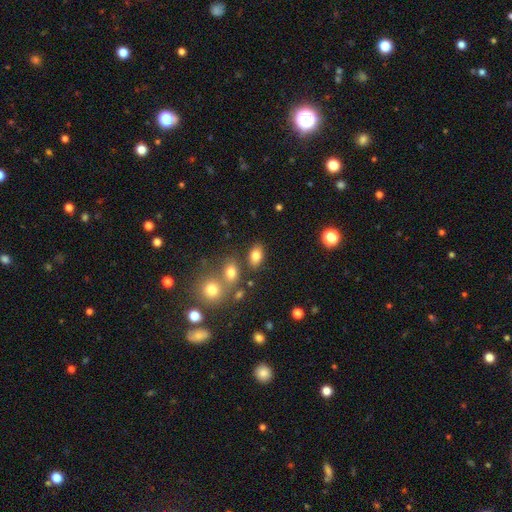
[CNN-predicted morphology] This appears to be a smooth galaxy with no disk features (81%) that is in between round and cigar-shaped (85%). Merging: none (77%).